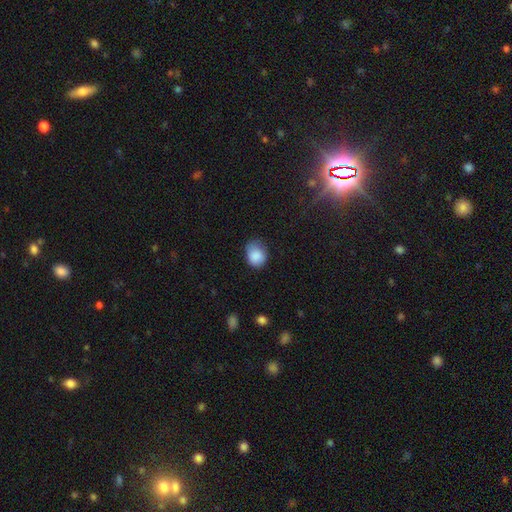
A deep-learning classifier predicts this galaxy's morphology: A smooth galaxy with no disk features (87%) that is round (53%).

Vote fractions:
- Smooth or featured? smooth: 87% / star or artifact: 8% / featured or disk: 5%
- How rounded? round: 53% / in between: 46% / cigar-shaped: 1%
- Merging? none: 56% / minor disturbance: 34% / major disturbance: 8% / merger: 2%